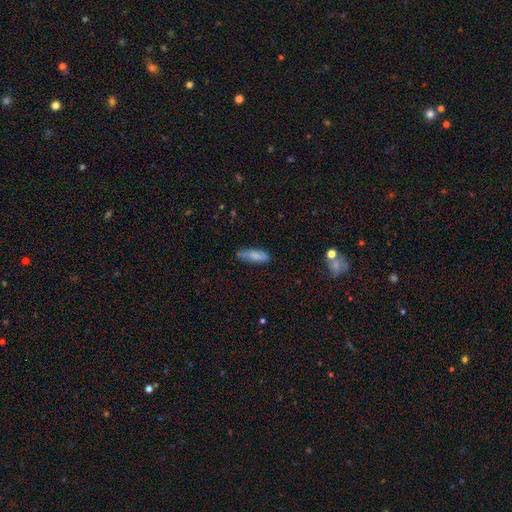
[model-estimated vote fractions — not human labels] Q: Smooth or featured?
A: smooth (70%); runner-up: featured or disk (23%)
Q: How rounded?
A: in between (62%); runner-up: cigar-shaped (36%)
Q: Merging?
A: none (64%); runner-up: minor disturbance (28%)